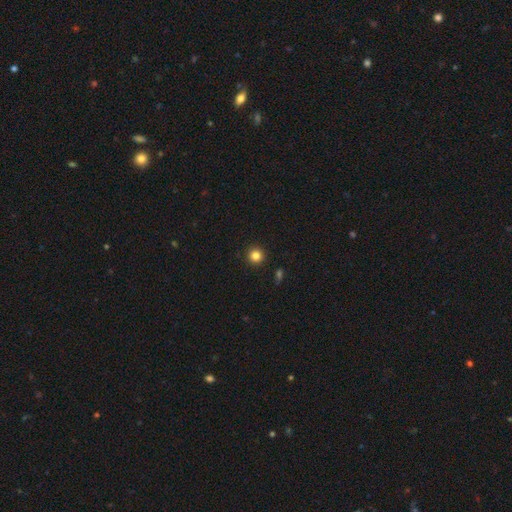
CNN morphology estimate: Overall: smooth (83%). How rounded: round (95%). Merging: none (93%).